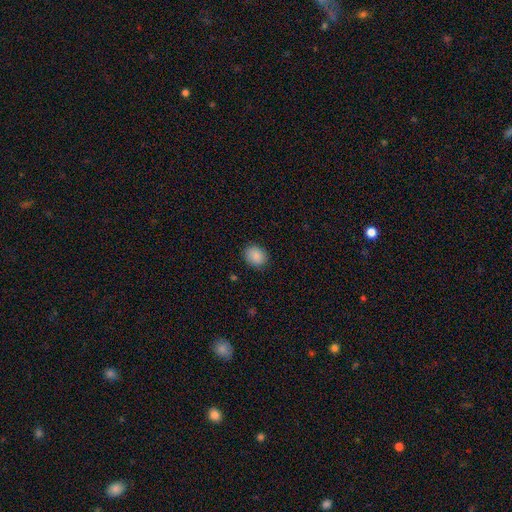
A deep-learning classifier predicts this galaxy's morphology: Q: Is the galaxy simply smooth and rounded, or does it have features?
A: smooth — 88%.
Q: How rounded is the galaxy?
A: round — 60%.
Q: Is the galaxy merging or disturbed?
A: none — 88%.